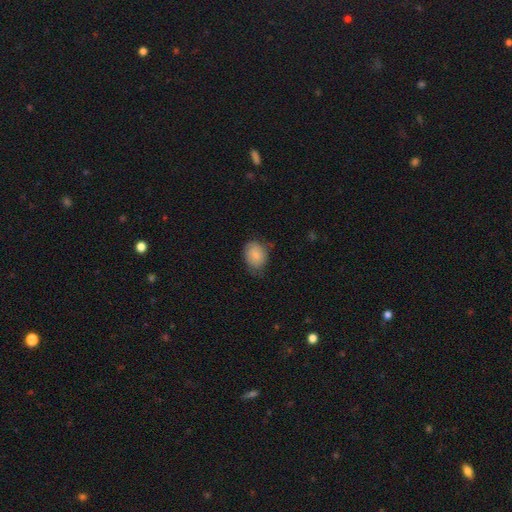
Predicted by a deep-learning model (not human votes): Smooth or featured? Predicted: smooth (p=0.79). How rounded? Predicted: in between (p=0.64). Merging? Predicted: none (p=0.58).